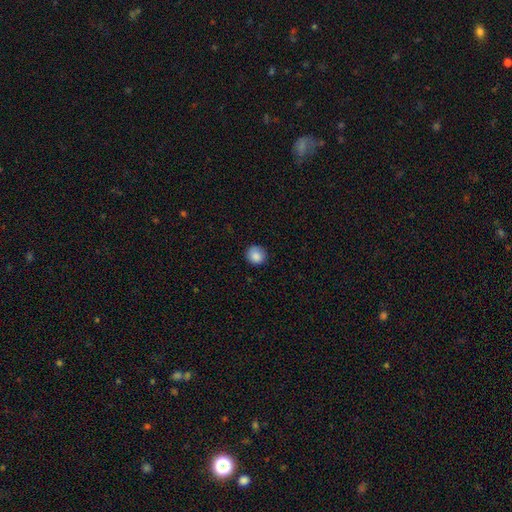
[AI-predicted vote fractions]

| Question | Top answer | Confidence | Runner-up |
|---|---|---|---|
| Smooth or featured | smooth | 86% | star or artifact (8%) |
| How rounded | round | 89% | in between (10%) |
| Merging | none | 85% | minor disturbance (11%) |